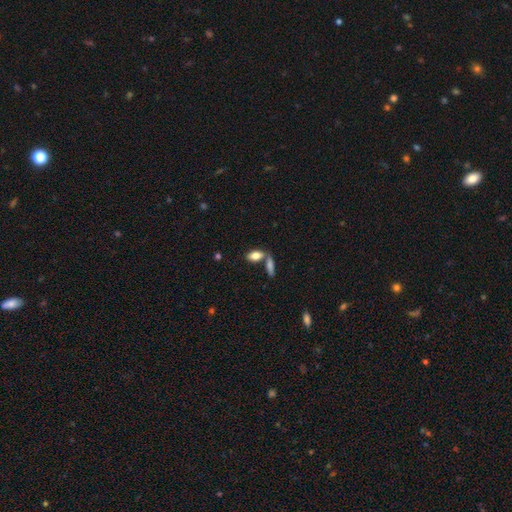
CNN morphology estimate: smooth-or-featured: smooth: 81% | featured or disk: 11% | star or artifact: 7%
  how-rounded: in between: 87% | cigar-shaped: 9% | round: 4%
  merging: none: 51% | merger: 35% | minor disturbance: 10% | major disturbance: 4%